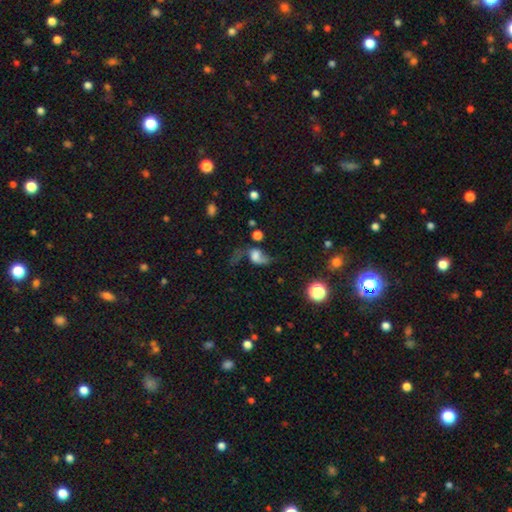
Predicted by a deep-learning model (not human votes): A smooth galaxy with no disk features (43%). Merging: major disturbance (41%).